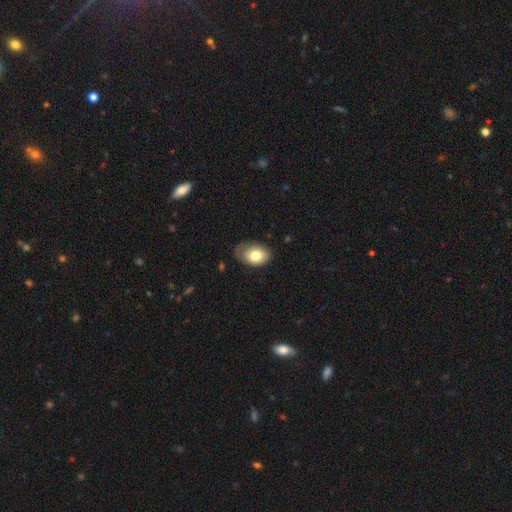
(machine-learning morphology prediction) A smooth galaxy with no disk features (77%) that is in between round and cigar-shaped (85%).

Vote fractions:
- Smooth or featured? smooth: 77% / featured or disk: 15% / star or artifact: 7%
- How rounded? in between: 85% / round: 14% / cigar-shaped: 1%
- Merging? none: 61% / minor disturbance: 30% / major disturbance: 8% / merger: 1%